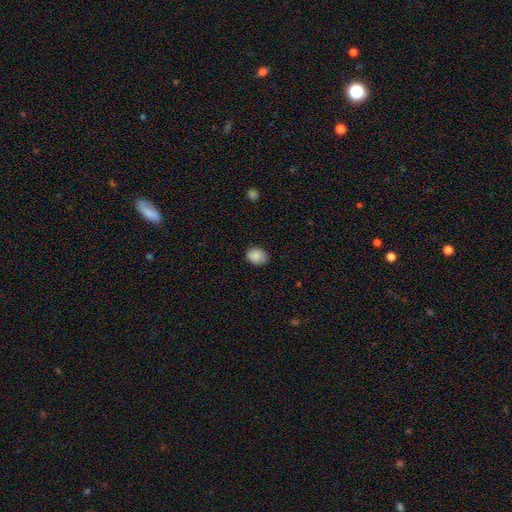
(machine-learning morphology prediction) A smooth galaxy with no disk features (87%) that is in between round and cigar-shaped (59%).

Vote fractions:
- Smooth or featured? smooth: 87% / star or artifact: 8% / featured or disk: 5%
- How rounded? in between: 59% / round: 40% / cigar-shaped: 1%
- Merging? none: 80% / minor disturbance: 17% / major disturbance: 3% / merger: 1%